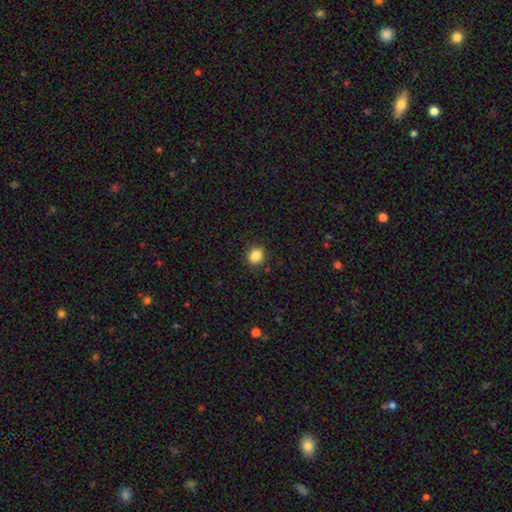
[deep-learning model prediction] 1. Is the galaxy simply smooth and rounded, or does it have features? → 87% smooth, 10% star or artifact, 4% featured or disk.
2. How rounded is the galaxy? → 50% round, 49% in between, 1% cigar-shaped.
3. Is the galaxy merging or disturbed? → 88% none, 8% minor disturbance, 2% major disturbance, 1% merger.